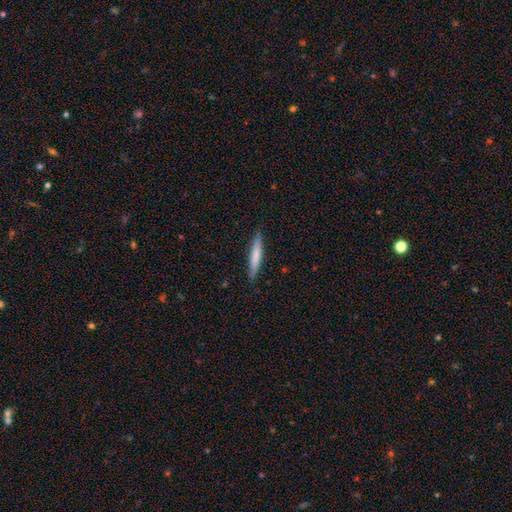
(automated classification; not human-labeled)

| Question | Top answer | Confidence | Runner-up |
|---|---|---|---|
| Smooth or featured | smooth | 69% | featured or disk (26%) |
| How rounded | cigar-shaped | 93% | in between (6%) |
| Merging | none | 88% | minor disturbance (9%) |